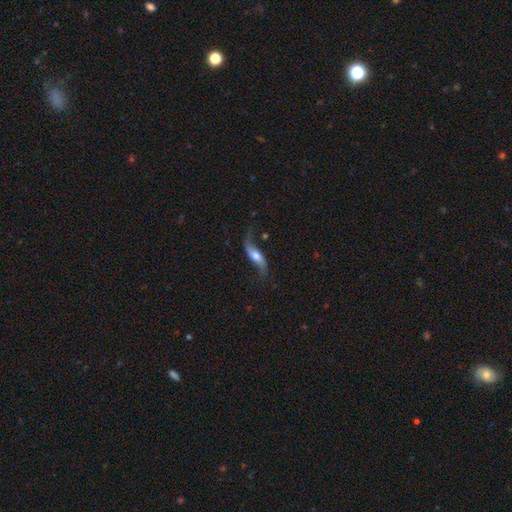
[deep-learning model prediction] Smooth or featured? featured or disk (70%)
Edge-on disk? no (79%)
Bar? no (53%)
Spiral arms? yes (91%)
Spiral winding? loose (91%)
Spiral arm count? 2 (91%)
Bulge size? moderate (57%)
Merging? none (62%)